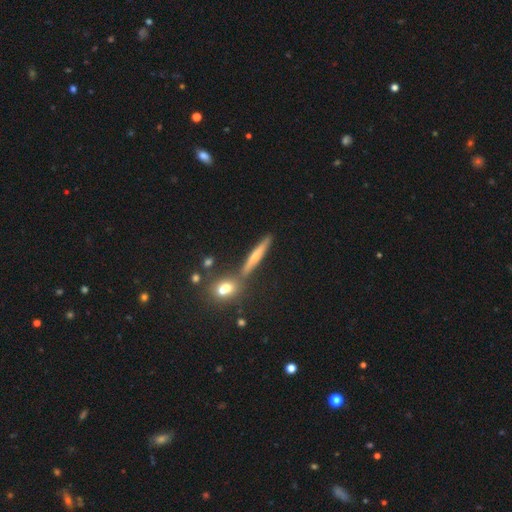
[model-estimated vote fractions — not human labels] This is possibly a featured or disk galaxy (58%). It is clearly viewed edge-on (89%). Edge-on bulge: likely rounded (68%). Merging: likely none (72%).